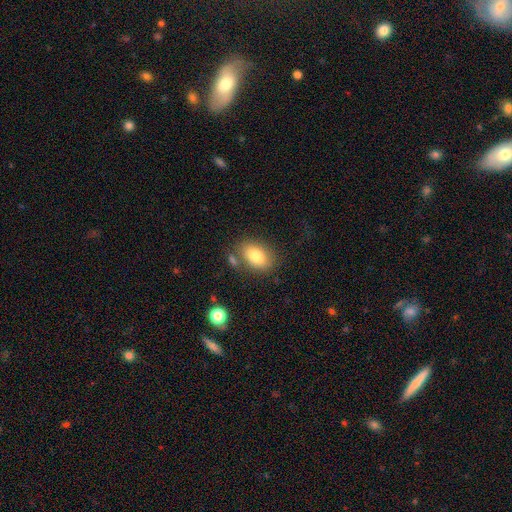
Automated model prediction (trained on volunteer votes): A smooth galaxy with no disk features (82%) that is in between round and cigar-shaped (87%).

Vote fractions:
- Smooth or featured? smooth: 82% / featured or disk: 11% / star or artifact: 8%
- How rounded? in between: 87% / round: 12% / cigar-shaped: 2%
- Merging? none: 73% / minor disturbance: 14% / merger: 8% / major disturbance: 5%